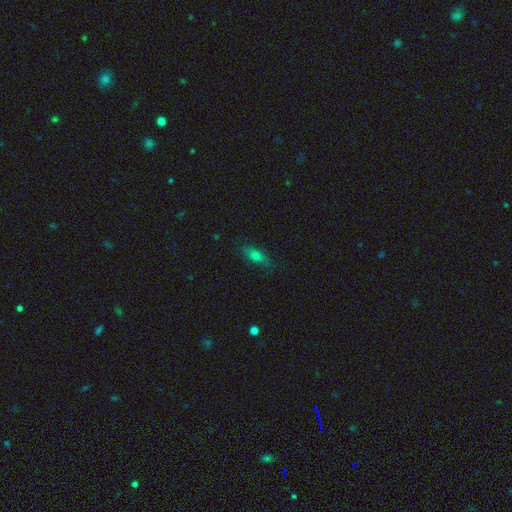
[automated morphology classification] This is likely a smooth galaxy (65%). How rounded: likely in between (65%). Merging: likely none (77%).